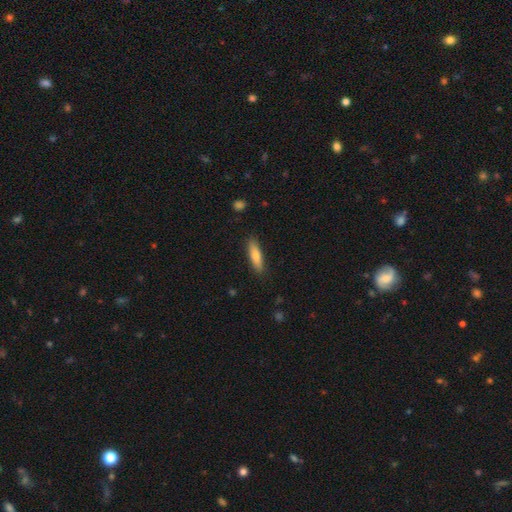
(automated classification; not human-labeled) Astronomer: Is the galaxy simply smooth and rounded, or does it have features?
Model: smooth — 75%.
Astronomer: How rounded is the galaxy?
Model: cigar-shaped — 70%.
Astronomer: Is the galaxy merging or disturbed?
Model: none — 87%.